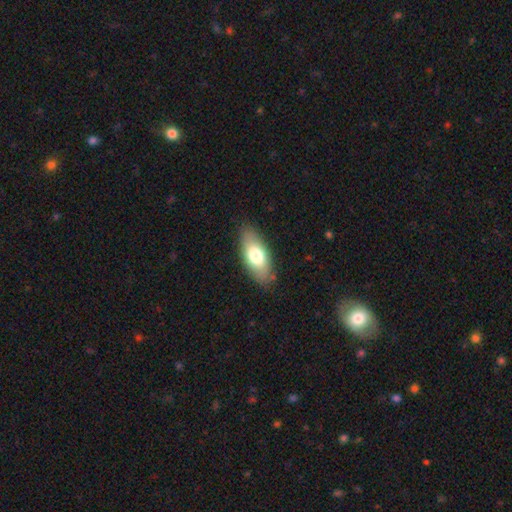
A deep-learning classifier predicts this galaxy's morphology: Smooth or featured? smooth (72%)
How rounded? in between (86%)
Merging? none (83%)